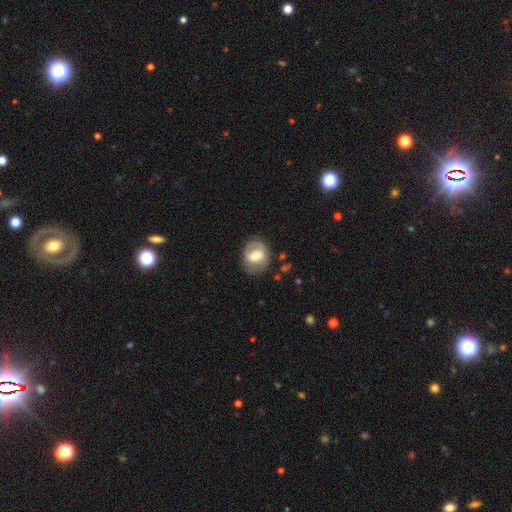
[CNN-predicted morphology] This appears to be a smooth galaxy with no disk features (49%). Merging: none (72%).